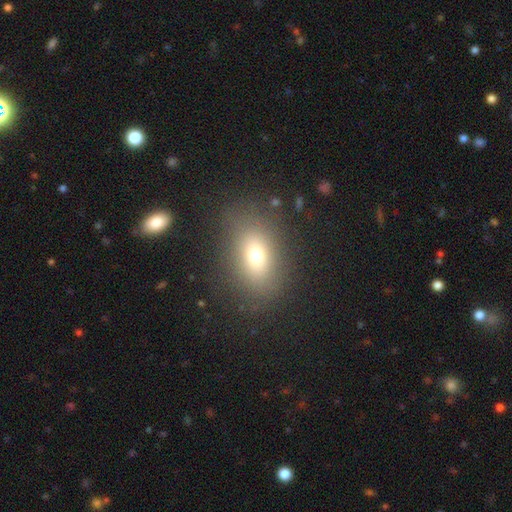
Q: Smooth or featured?
A: smooth (77%); runner-up: featured or disk (13%)
Q: How rounded?
A: in between (70%); runner-up: round (30%)
Q: Merging?
A: none (80%); runner-up: minor disturbance (14%)